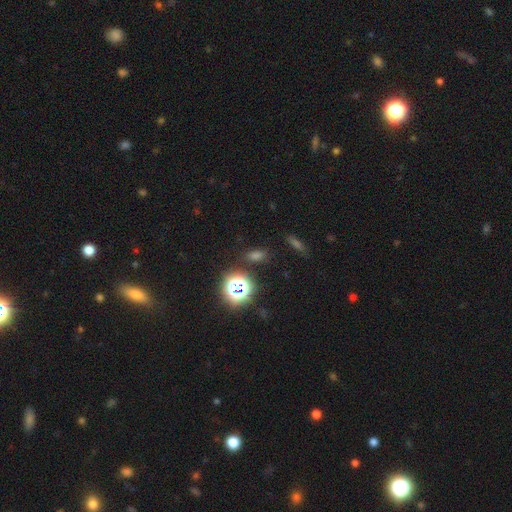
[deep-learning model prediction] This is possibly a smooth galaxy (55%). How rounded: likely in between (61%). Merging: clearly none (81%).